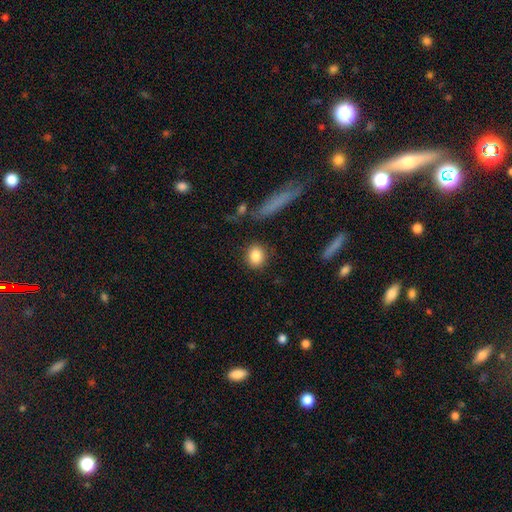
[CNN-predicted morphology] smooth_or_featured: smooth (p=0.86) [alt: star or artifact p=0.08]
how_rounded: round (p=0.66) [alt: in between p=0.32]
merging: none (p=0.84) [alt: minor disturbance p=0.10]